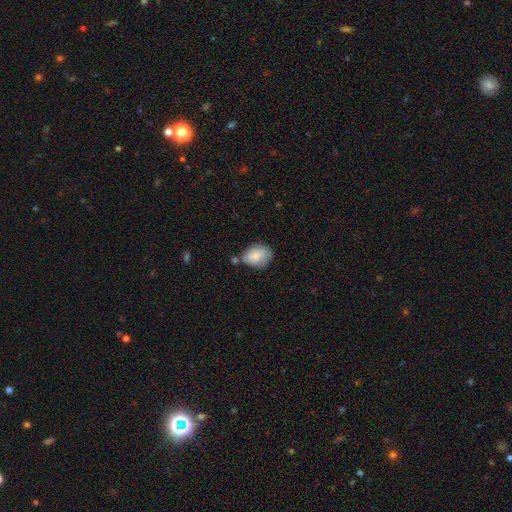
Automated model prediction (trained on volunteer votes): smooth 78%, featured or disk 15%, star or artifact 7%. Down the decision tree: how rounded — in between (68%); merging — none (55%).